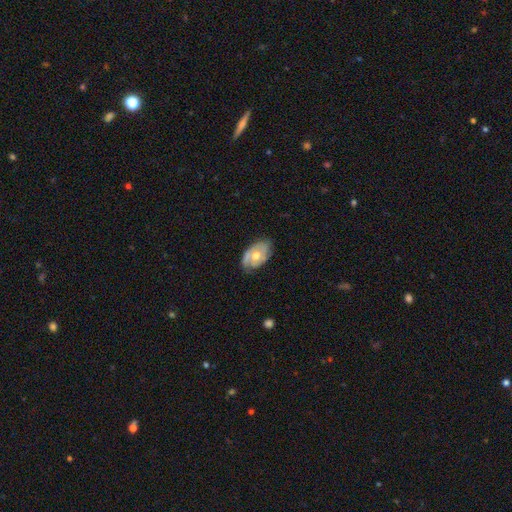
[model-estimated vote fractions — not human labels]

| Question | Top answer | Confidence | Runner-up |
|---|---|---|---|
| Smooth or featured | featured or disk | 59% | smooth (35%) |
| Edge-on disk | no | 92% | yes (8%) |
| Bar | no | 81% | weak (15%) |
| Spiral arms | yes | 60% | no (40%) |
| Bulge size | moderate | 76% | small (14%) |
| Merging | none | 64% | minor disturbance (27%) |